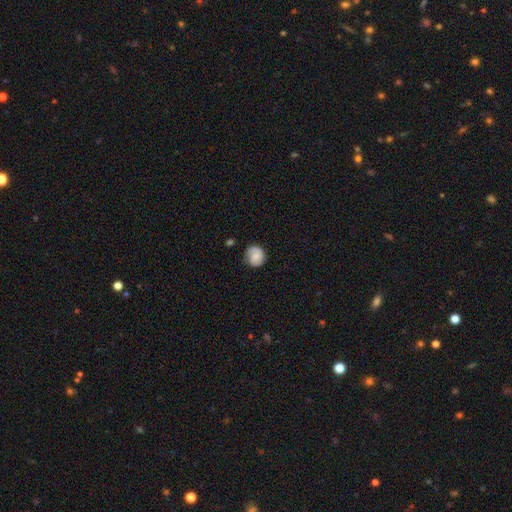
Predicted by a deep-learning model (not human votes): Morphology: type=featured or disk (47%); merging=none (67%).